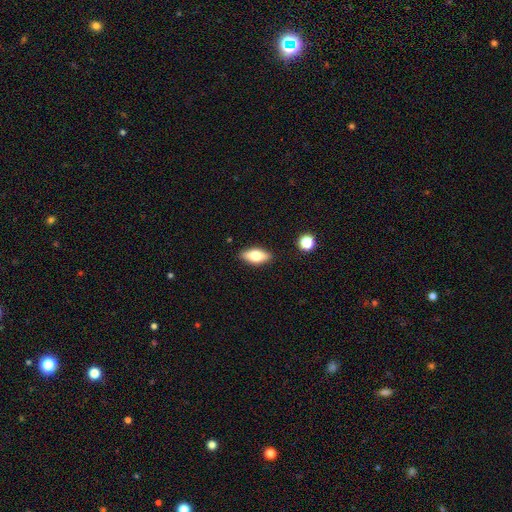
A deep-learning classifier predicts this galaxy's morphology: smooth 73%, featured or disk 19%, star or artifact 7%. Down the decision tree: how rounded — in between (85%); merging — none (87%).